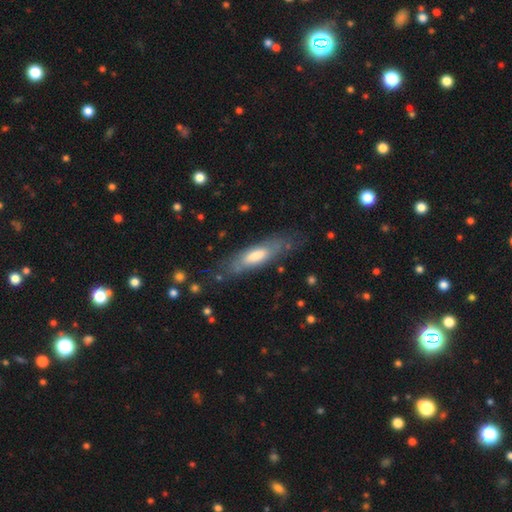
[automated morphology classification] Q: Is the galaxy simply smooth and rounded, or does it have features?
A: smooth — 48%.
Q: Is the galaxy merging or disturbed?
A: none — 76%.